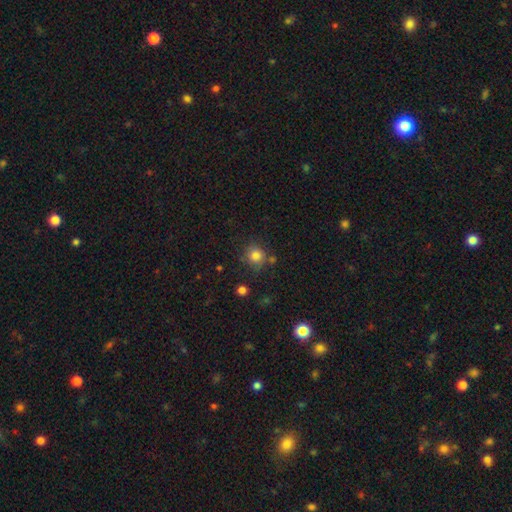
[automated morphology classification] Smooth or featured: smooth — 81% (star or artifact — 12%)
How rounded: round — 89% (in between — 10%)
Merging: none — 76% (minor disturbance — 13%)